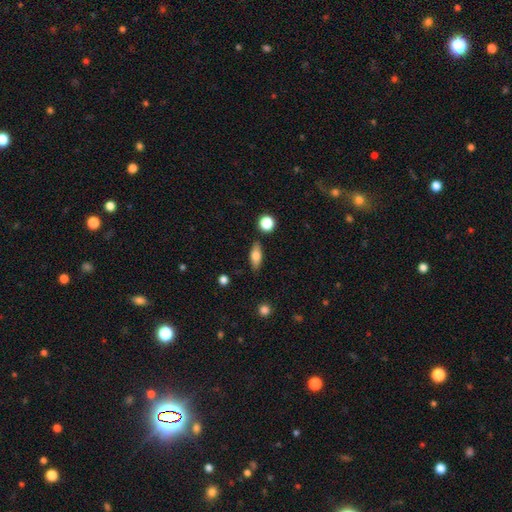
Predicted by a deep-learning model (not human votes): smooth-or-featured: smooth: 70% | featured or disk: 22% | star or artifact: 8%
  how-rounded: in between: 73% | cigar-shaped: 22% | round: 5%
  merging: none: 84% | minor disturbance: 11% | merger: 3% | major disturbance: 3%